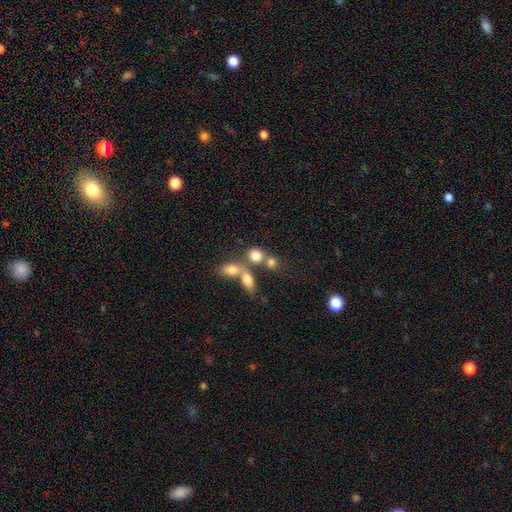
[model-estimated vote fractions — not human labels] smooth-or-featured: smooth: 77% | star or artifact: 12% | featured or disk: 11%
  how-rounded: round: 64% | in between: 33% | cigar-shaped: 3%
  merging: merger: 45% | none: 41% | minor disturbance: 9% | major disturbance: 6%